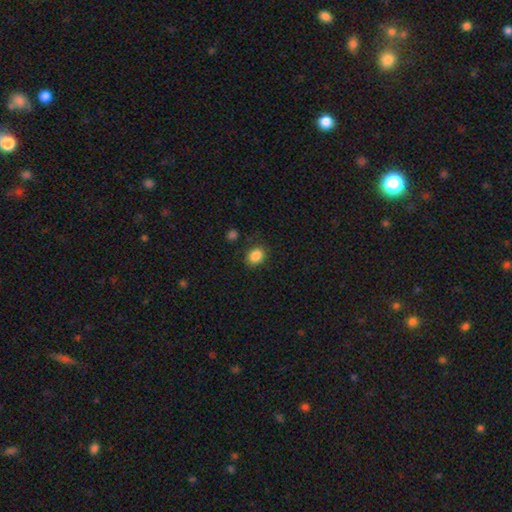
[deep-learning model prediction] Smooth or featured?
  - smooth: 87% *
  - star or artifact: 10%
  - featured or disk: 4%
How rounded?
  - in between: 53% *
  - round: 46%
  - cigar-shaped: 1%
Merging?
  - none: 81% *
  - minor disturbance: 13%
  - major disturbance: 4%
  - merger: 2%